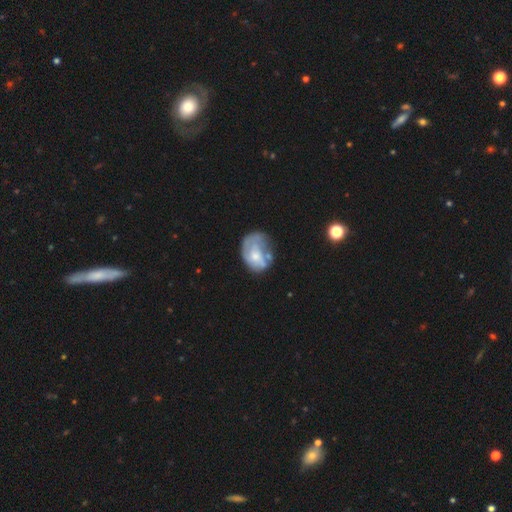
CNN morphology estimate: Q: Smooth or featured?
A: featured or disk (52%); runner-up: smooth (41%)
Q: Edge-on disk?
A: no (97%); runner-up: yes (3%)
Q: Bar?
A: no (78%); runner-up: weak (19%)
Q: Spiral arms?
A: no (58%); runner-up: yes (42%)
Q: Bulge size?
A: small (40%); tied with: moderate (40%)
Q: Merging?
A: none (34%); runner-up: minor disturbance (28%)